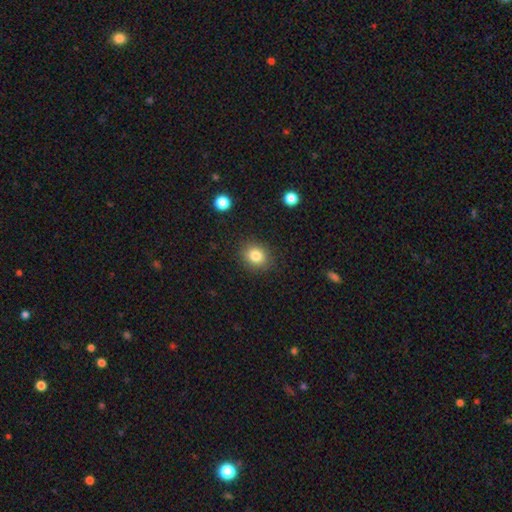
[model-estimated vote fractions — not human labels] Q: Smooth or featured?
A: smooth (82%); runner-up: star or artifact (11%)
Q: How rounded?
A: round (67%); runner-up: in between (32%)
Q: Merging?
A: none (88%); runner-up: minor disturbance (8%)